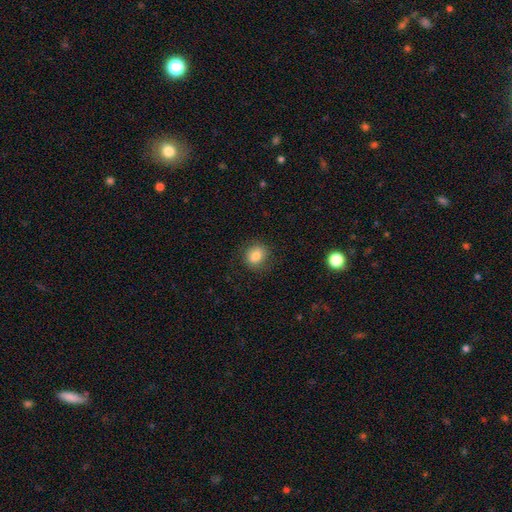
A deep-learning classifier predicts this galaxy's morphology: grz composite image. It shows a smooth galaxy with no disk features (83%) that is round (67%). Merging: none (83%).